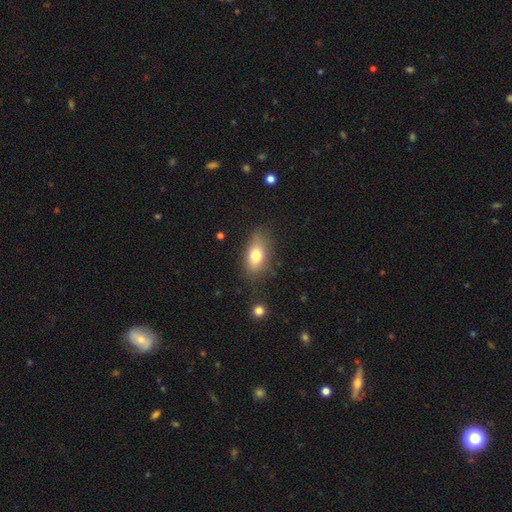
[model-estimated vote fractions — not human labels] smooth_or_featured: smooth (p=0.76) [alt: featured or disk p=0.15]
how_rounded: in between (p=0.85) [alt: round p=0.09]
merging: none (p=0.73) [alt: minor disturbance p=0.19]